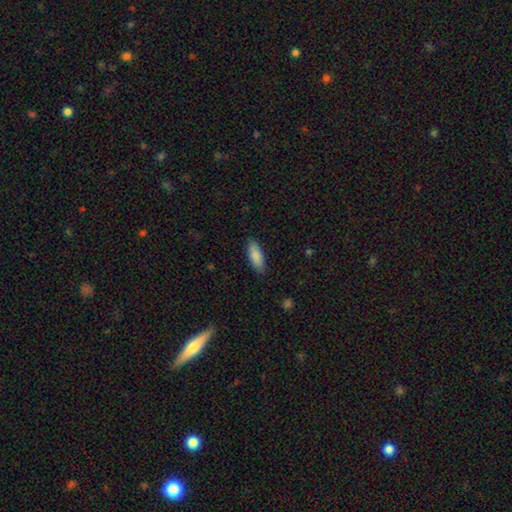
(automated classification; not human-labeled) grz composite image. It shows a smooth galaxy with no disk features (88%) that is in between round and cigar-shaped (68%). Merging: none (87%).